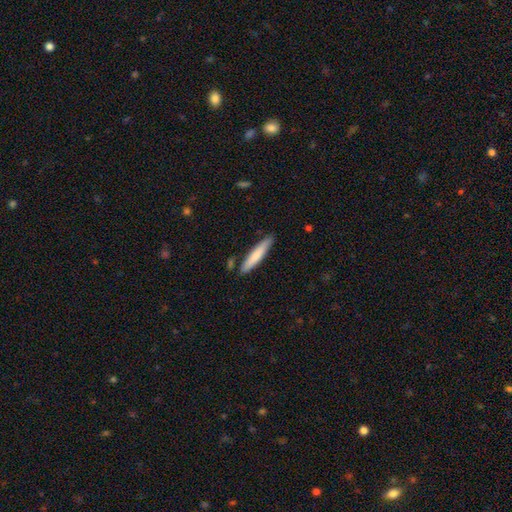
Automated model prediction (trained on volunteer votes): smooth 75%, featured or disk 20%, star or artifact 5%. Down the decision tree: how rounded — cigar-shaped (90%); merging — none (85%).